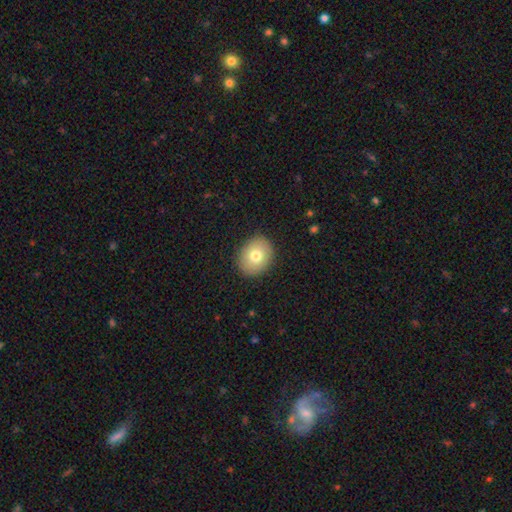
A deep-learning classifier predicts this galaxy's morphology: This is likely a smooth galaxy (77%). How rounded: possibly round (54%). Merging: clearly none (89%).